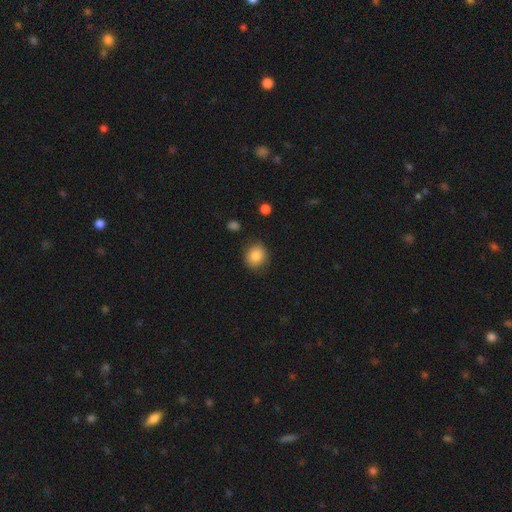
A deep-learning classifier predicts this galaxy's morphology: smooth 85%, star or artifact 9%, featured or disk 6%. Down the decision tree: how rounded — round (80%); merging — none (85%).